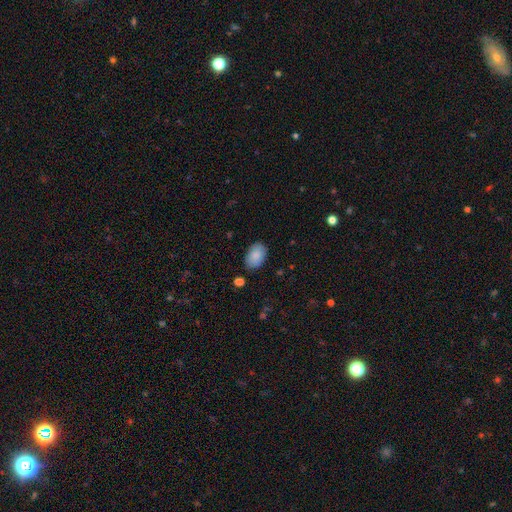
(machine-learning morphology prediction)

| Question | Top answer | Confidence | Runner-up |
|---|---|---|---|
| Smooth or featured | smooth | 87% | star or artifact (7%) |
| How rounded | in between | 90% | round (9%) |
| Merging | none | 83% | minor disturbance (12%) |